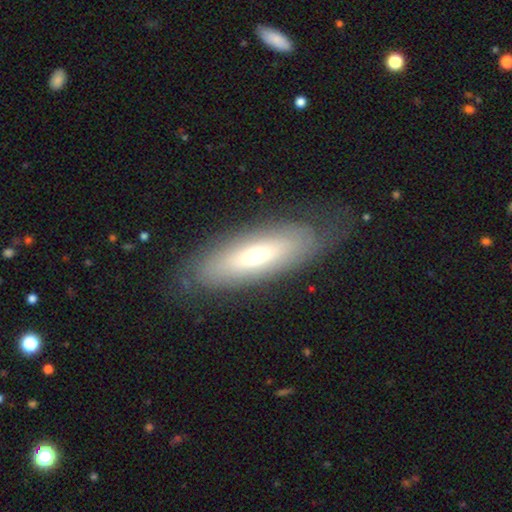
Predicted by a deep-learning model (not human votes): Overall: smooth (50%; featured or disk 42%). How rounded: in between (57%; cigar-shaped 41%). Merging: none (76%).